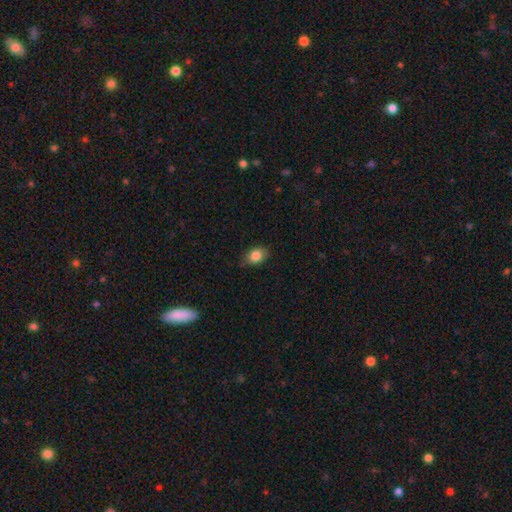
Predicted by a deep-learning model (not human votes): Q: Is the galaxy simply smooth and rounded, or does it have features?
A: smooth — 84%.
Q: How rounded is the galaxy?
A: in between — 64%.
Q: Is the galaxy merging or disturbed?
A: none — 73%.